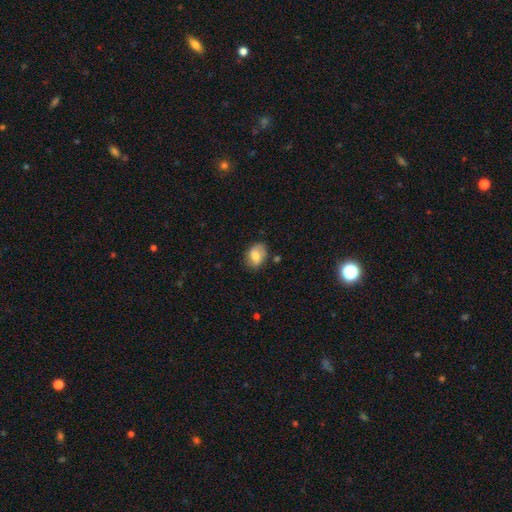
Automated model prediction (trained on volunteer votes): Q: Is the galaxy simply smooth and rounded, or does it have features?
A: smooth — 72%.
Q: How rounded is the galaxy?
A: in between — 72%.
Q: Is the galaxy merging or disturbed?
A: none — 71%.